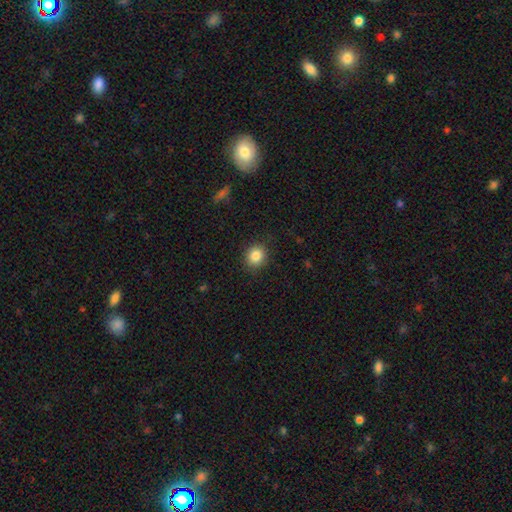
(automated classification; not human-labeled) Smooth or featured? smooth (85%)
How rounded? round (81%)
Merging? none (88%)